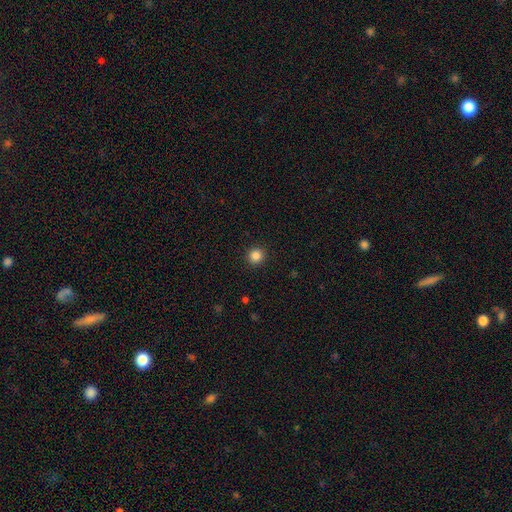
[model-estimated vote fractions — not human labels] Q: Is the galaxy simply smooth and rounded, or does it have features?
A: smooth — 85%.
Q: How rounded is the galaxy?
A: round — 91%.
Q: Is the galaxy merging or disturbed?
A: none — 92%.